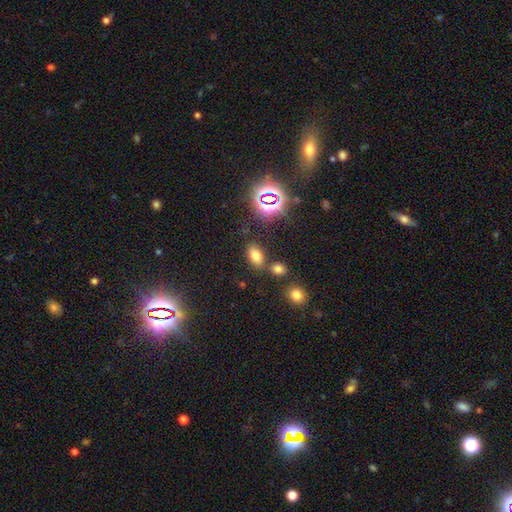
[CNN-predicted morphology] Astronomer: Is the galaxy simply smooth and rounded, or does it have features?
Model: smooth — 71%.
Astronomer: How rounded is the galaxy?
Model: in between — 86%.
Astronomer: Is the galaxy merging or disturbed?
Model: none — 75%.